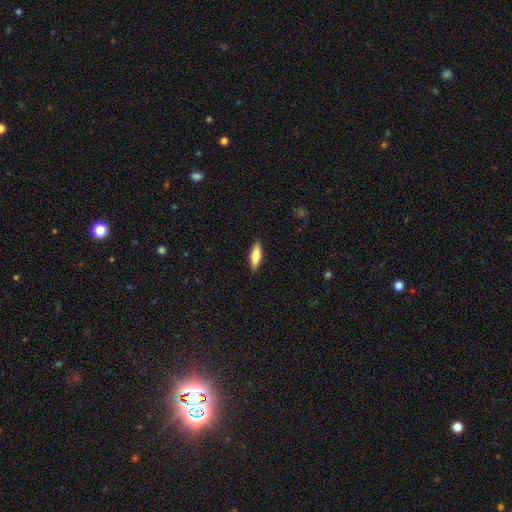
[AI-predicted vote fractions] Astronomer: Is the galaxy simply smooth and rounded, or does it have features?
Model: smooth — 72%.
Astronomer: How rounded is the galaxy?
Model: in between — 49%, tied with cigar-shaped at 49%.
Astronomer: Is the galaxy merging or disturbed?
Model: none — 89%.